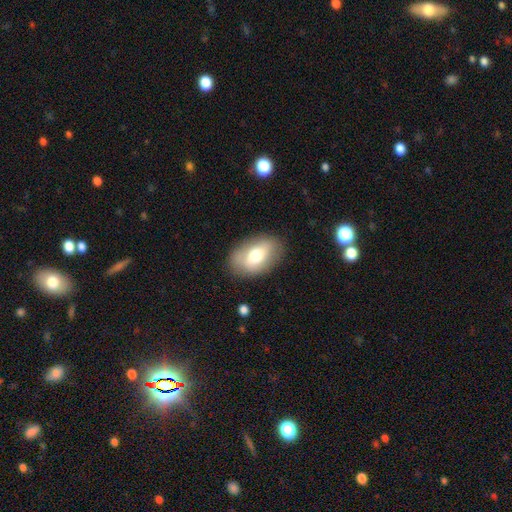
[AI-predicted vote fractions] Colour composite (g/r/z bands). It shows a smooth galaxy with no disk features (66%) that is in between round and cigar-shaped (87%). Merging: none (81%).